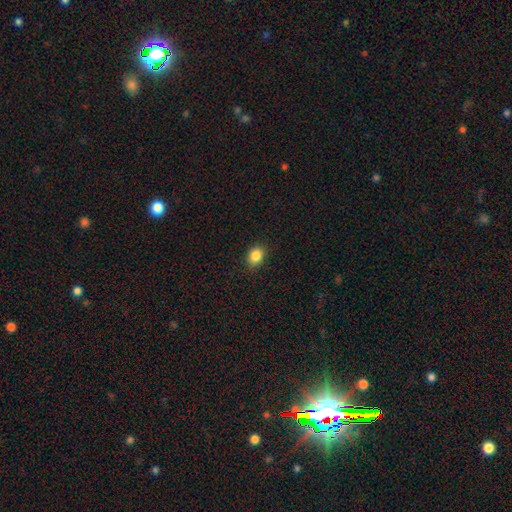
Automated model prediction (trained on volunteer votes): The model was most divided on "how rounded": in between: 60%, round: 39%, cigar-shaped: 1%. More confident: merging — none (89%); smooth or featured — smooth (86%).